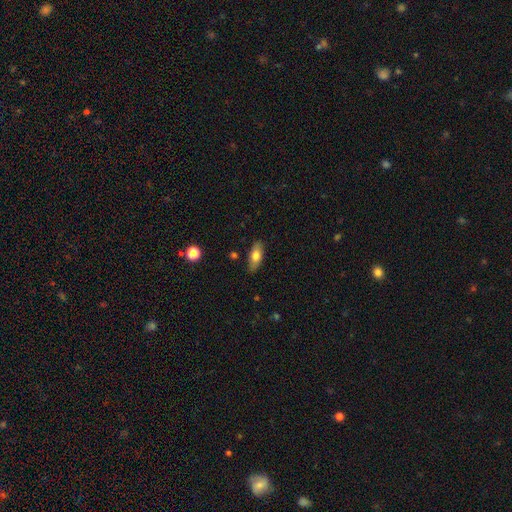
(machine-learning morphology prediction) Smooth or featured? Predicted: smooth (p=0.70). How rounded? Predicted: in between (p=0.80). Merging? Predicted: none (p=0.85).